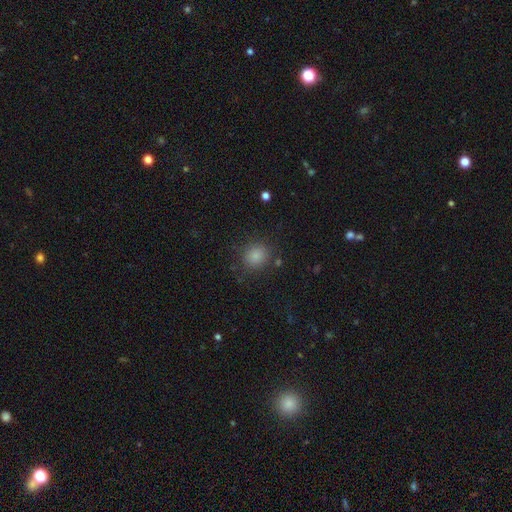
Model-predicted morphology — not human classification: A smooth galaxy with no disk features (83%) that is round (82%).

Vote fractions:
- Smooth or featured? smooth: 83% / star or artifact: 12% / featured or disk: 5%
- How rounded? round: 82% / in between: 17% / cigar-shaped: 1%
- Merging? none: 83% / minor disturbance: 10% / major disturbance: 4% / merger: 2%